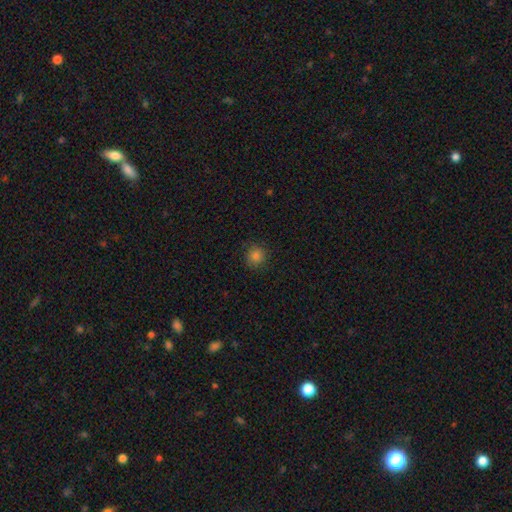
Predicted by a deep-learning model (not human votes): Overall: smooth (82%). How rounded: round (91%). Merging: none (87%).